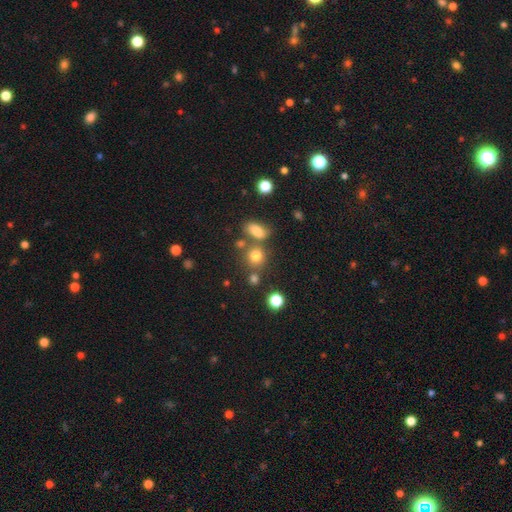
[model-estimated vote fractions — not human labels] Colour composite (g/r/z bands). It shows a smooth galaxy with no disk features (76%) that is round (80%). Merging: none (63%).